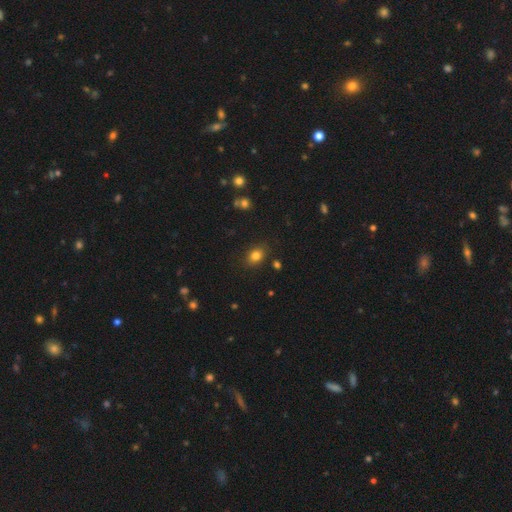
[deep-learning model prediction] smooth 81%, star or artifact 12%, featured or disk 7%. Down the decision tree: how rounded — in between (62%); merging — none (84%).